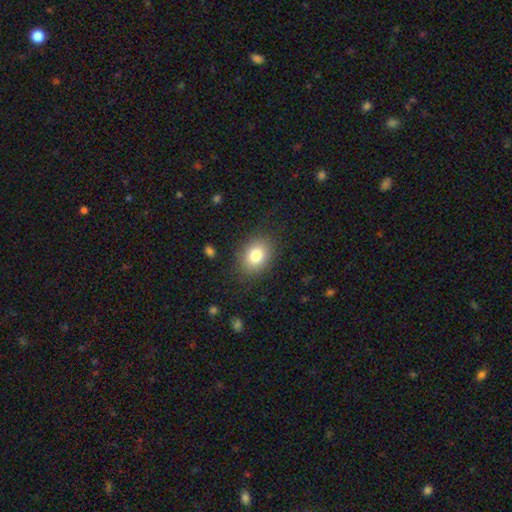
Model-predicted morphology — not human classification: type=smooth (80%); roundness=in between (65%); merging=none (84%).